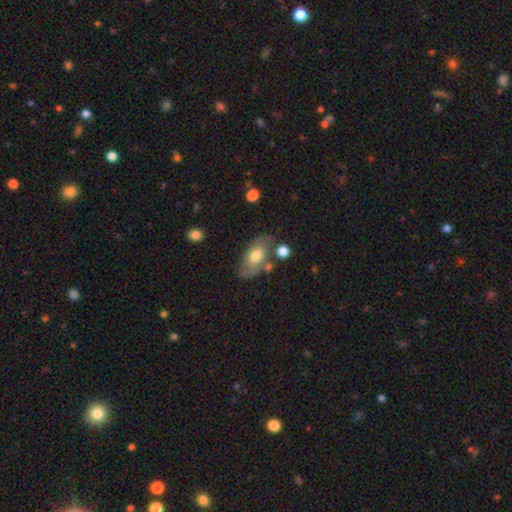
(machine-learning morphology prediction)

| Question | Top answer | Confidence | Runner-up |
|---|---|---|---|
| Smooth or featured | smooth | 52% | featured or disk (42%) |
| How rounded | in between | 88% | round (7%) |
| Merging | none | 61% | minor disturbance (22%) |